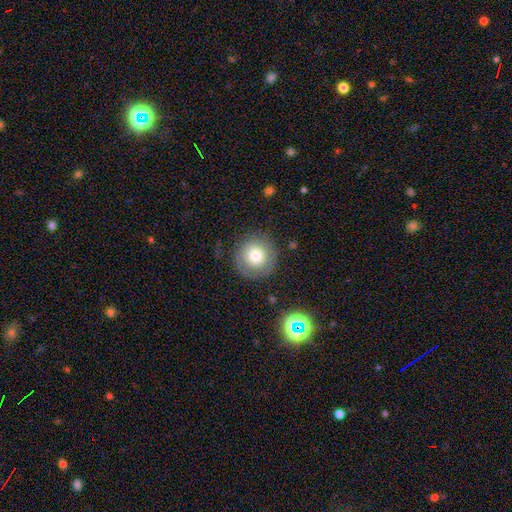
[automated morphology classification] smooth-or-featured: smooth: 70% | featured or disk: 20% | star or artifact: 10%
  how-rounded: round: 95% | in between: 4% | cigar-shaped: 1%
  merging: none: 83% | minor disturbance: 11% | major disturbance: 5% | merger: 2%